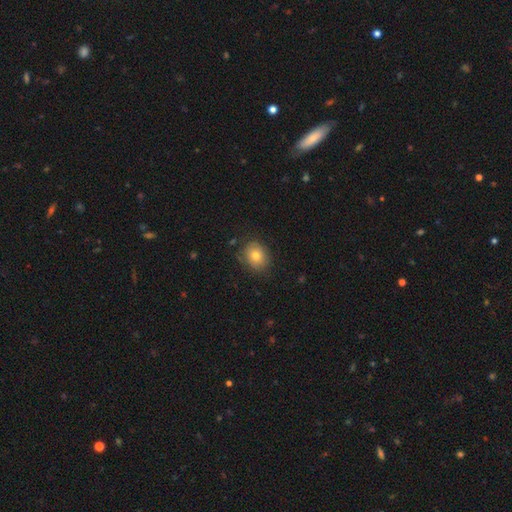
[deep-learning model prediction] Smooth or featured: smooth — 76% (featured or disk — 14%)
How rounded: round — 56% (in between — 43%)
Merging: none — 77% (minor disturbance — 17%)